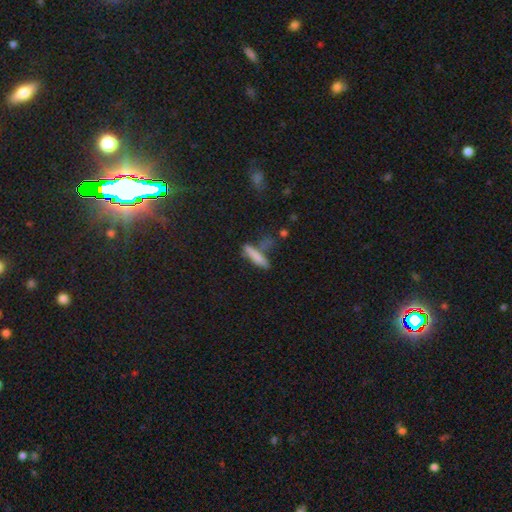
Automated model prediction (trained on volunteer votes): Morphology: type=smooth (76%); roundness=cigar-shaped (83%); merging=none (60%).